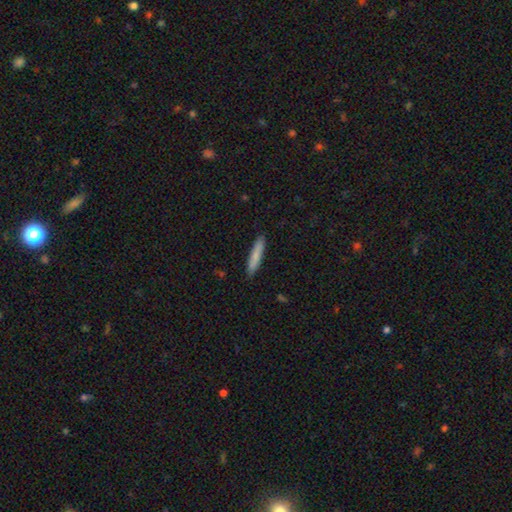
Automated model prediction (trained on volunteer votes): Smooth or featured? smooth (82%)
How rounded? cigar-shaped (90%)
Merging? none (89%)